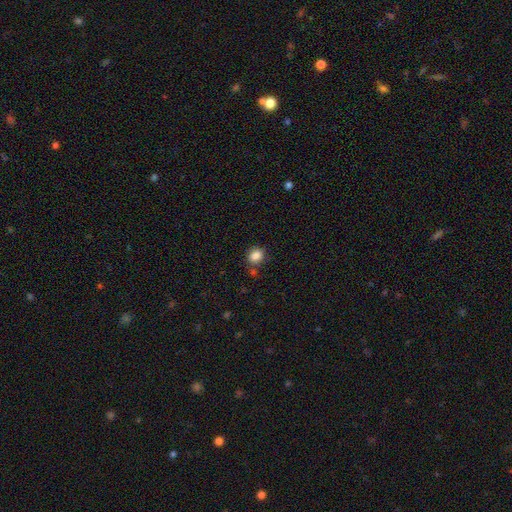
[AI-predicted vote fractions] Smooth or featured? smooth (86%)
How rounded? round (68%)
Merging? none (74%)